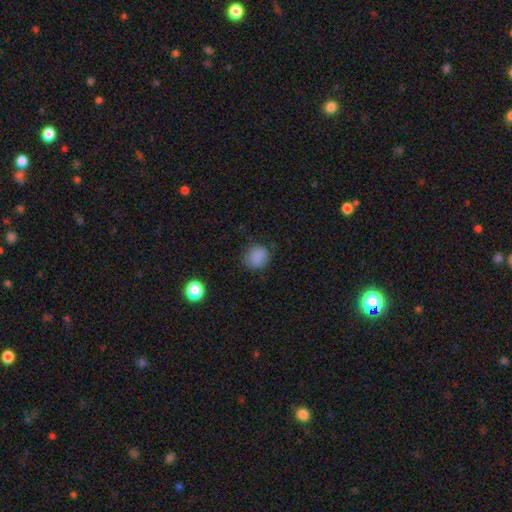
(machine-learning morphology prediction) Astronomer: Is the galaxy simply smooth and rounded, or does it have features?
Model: smooth — 80%.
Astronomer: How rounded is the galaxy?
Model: round — 76%.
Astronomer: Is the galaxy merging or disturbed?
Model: none — 78%.